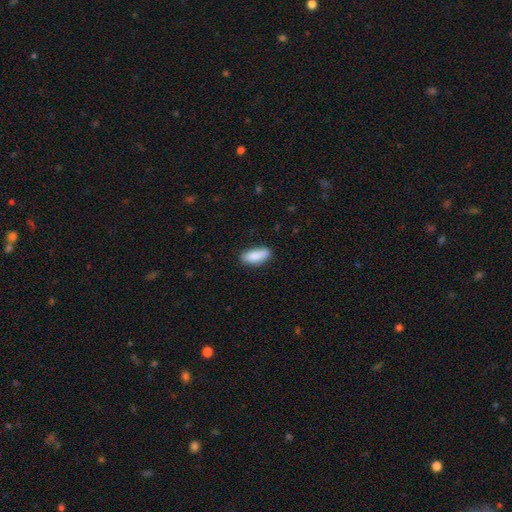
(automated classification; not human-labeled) Smooth or featured? smooth (89%)
How rounded? in between (80%)
Merging? none (81%)